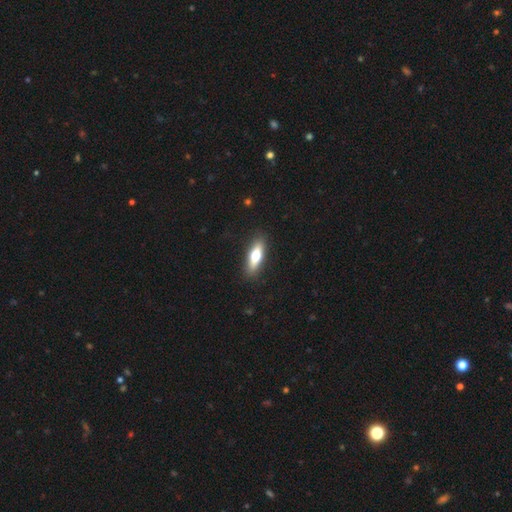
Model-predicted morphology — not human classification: This is possibly a smooth galaxy (59%). How rounded: possibly cigar-shaped (52%). Merging: clearly none (89%).